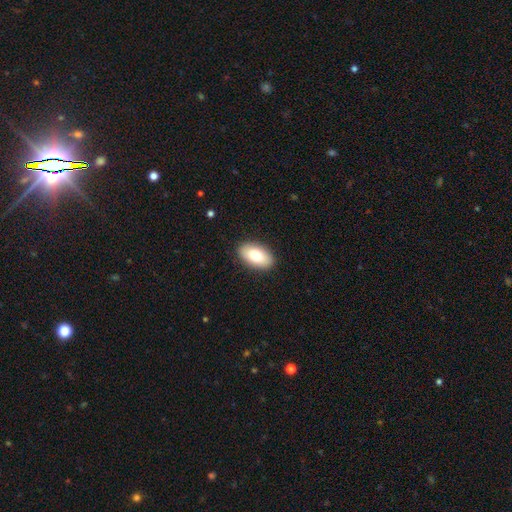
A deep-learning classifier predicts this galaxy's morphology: A smooth galaxy with no disk features (77%) that is in between round and cigar-shaped (93%). Merging: none (90%).